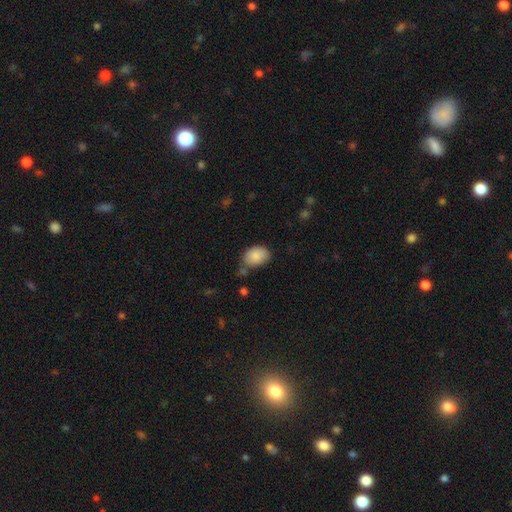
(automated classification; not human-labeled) Q: Smooth or featured?
A: smooth (86%); runner-up: star or artifact (7%)
Q: How rounded?
A: in between (80%); runner-up: round (19%)
Q: Merging?
A: none (62%); runner-up: minor disturbance (26%)